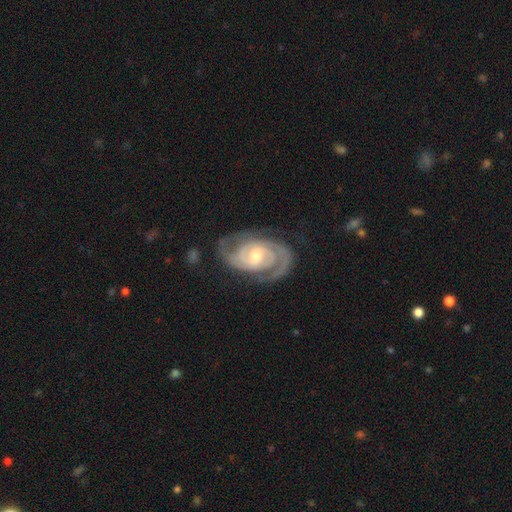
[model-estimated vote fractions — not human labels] Smooth or featured: featured or disk — 92% (smooth — 4%)
Edge-on disk: no — 97% (yes — 3%)
Bar: no — 46% (weak — 41%)
Spiral arms: yes — 98% (no — 2%)
Spiral winding: tight — 65% (medium — 30%)
Spiral arm count: 2 — 83% (3 — 6%)
Bulge size: moderate — 60% (small — 33%)
Merging: none — 77% (minor disturbance — 16%)